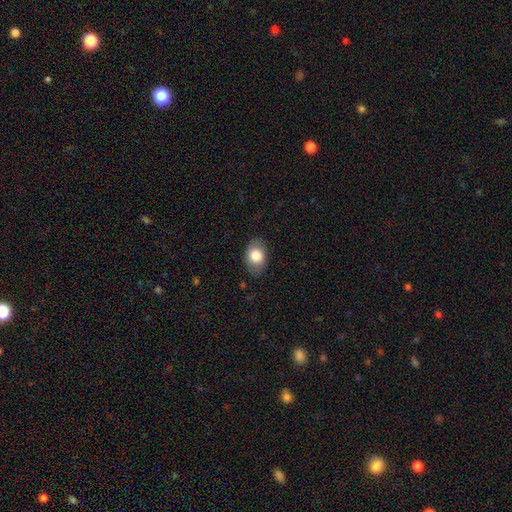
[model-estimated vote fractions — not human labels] A smooth galaxy with no disk features (81%) that is in between round and cigar-shaped (82%).

Vote fractions:
- Smooth or featured? smooth: 81% / featured or disk: 13% / star or artifact: 7%
- How rounded? in between: 82% / round: 17% / cigar-shaped: 1%
- Merging? none: 81% / minor disturbance: 14% / major disturbance: 4% / merger: 1%